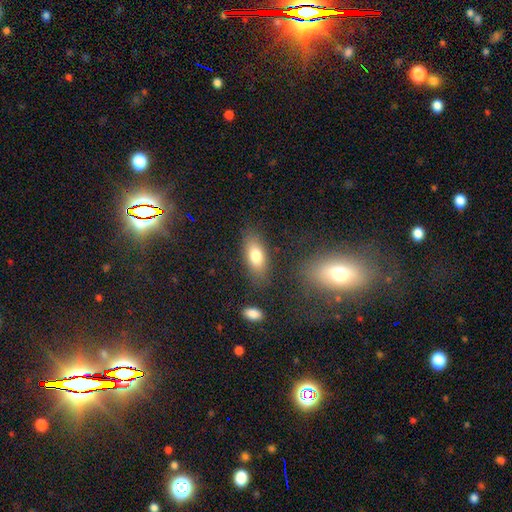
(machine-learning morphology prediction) Smooth or featured: smooth — 78% (featured or disk — 14%)
How rounded: in between — 85% (cigar-shaped — 11%)
Merging: none — 80% (minor disturbance — 13%)